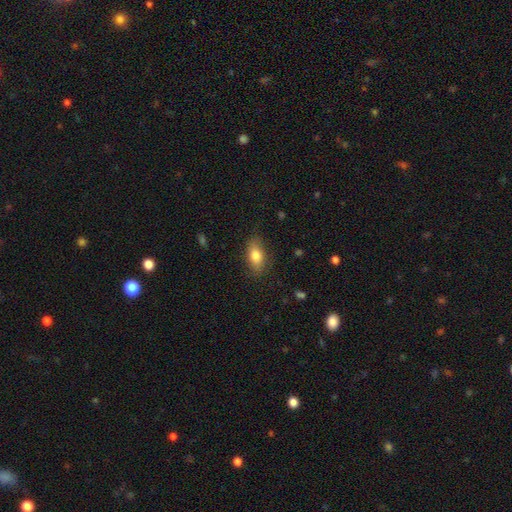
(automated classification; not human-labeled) Morphology: type=smooth (79%); roundness=in between (86%); merging=none (81%).